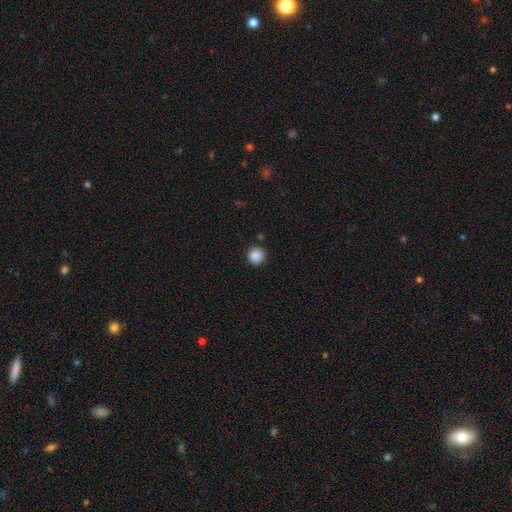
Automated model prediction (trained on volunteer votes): Q: Smooth or featured?
A: smooth (87%); runner-up: star or artifact (10%)
Q: How rounded?
A: round (94%); runner-up: in between (5%)
Q: Merging?
A: none (90%); runner-up: minor disturbance (6%)